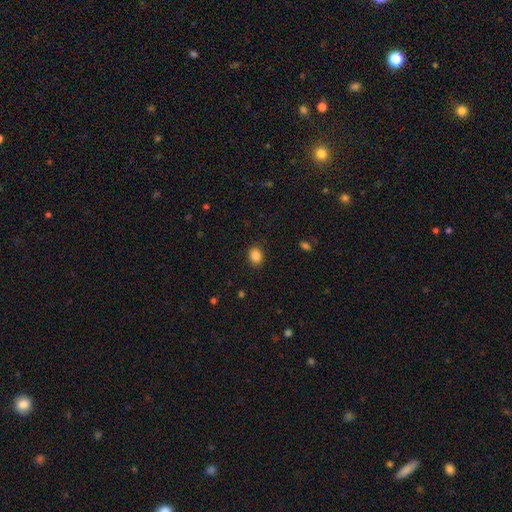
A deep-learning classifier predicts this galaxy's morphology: type=smooth (86%); roundness=round (51%); merging=none (89%).